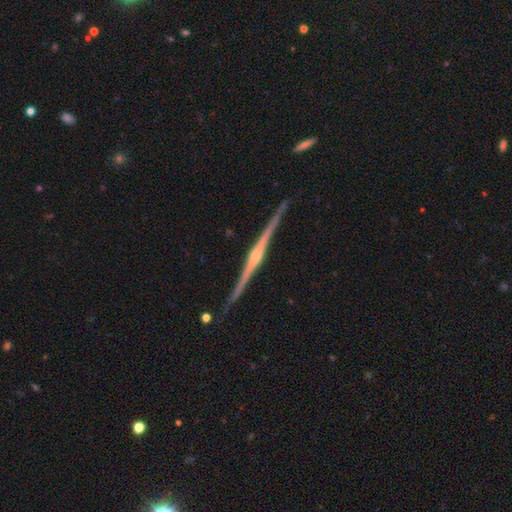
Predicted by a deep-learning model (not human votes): This is clearly a featured or disk galaxy (89%). It is clearly viewed edge-on (99%). Edge-on bulge: clearly rounded (82%). Merging: clearly none (90%).